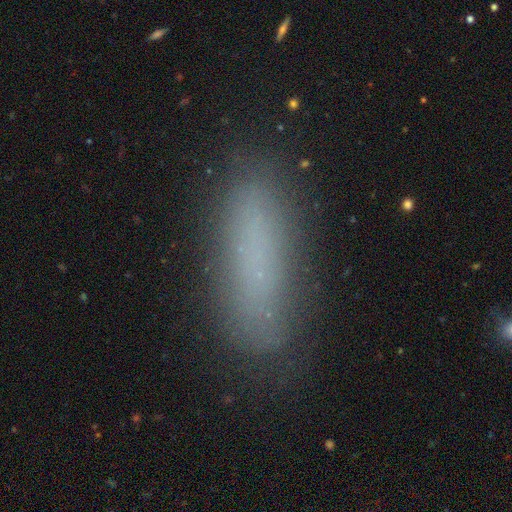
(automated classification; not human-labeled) This appears to be a smooth galaxy with no disk features (76%) that is cigar-shaped (62%). Merging: none (83%).